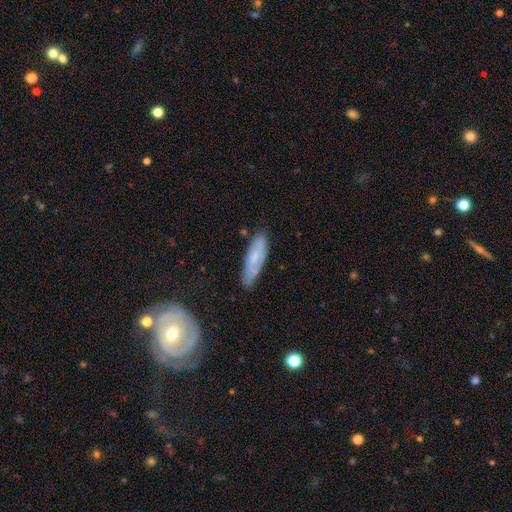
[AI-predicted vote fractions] This is possibly a smooth galaxy (59%). How rounded: possibly cigar-shaped (57%). Merging: likely none (73%).